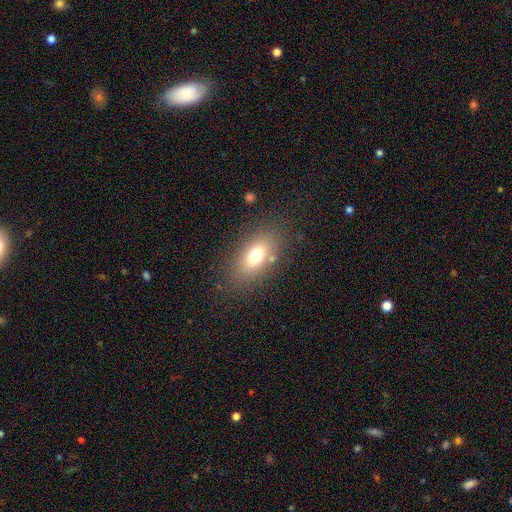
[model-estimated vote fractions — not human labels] Smooth or featured?
  - smooth: 72% *
  - featured or disk: 17%
  - star or artifact: 11%
How rounded?
  - in between: 84% *
  - round: 10%
  - cigar-shaped: 6%
Merging?
  - none: 80% *
  - minor disturbance: 11%
  - major disturbance: 5%
  - merger: 3%